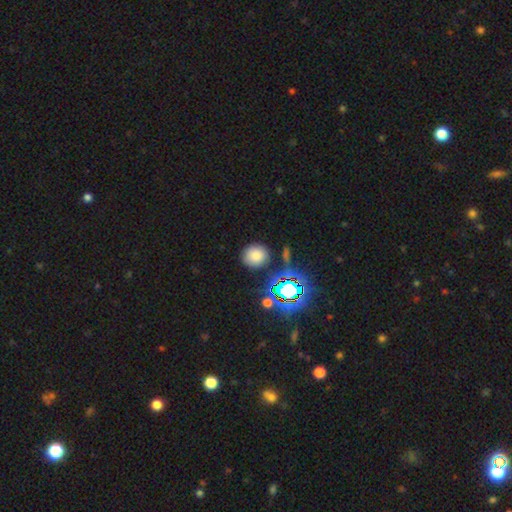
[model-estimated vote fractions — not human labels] The model was most divided on "smooth or featured": smooth: 74%, star or artifact: 19%, featured or disk: 7%. More confident: how rounded — round (86%); merging — none (83%).